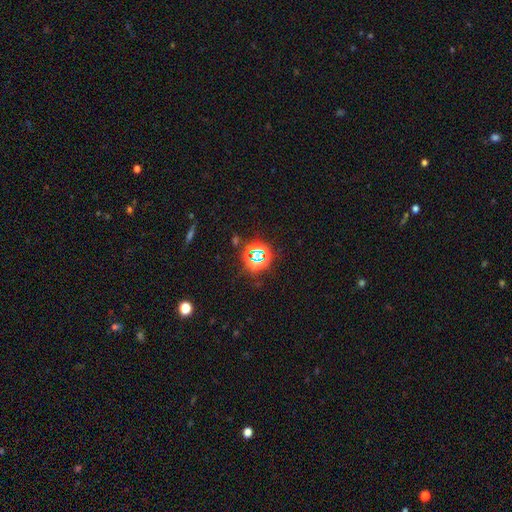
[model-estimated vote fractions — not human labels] Smooth or featured? star or artifact (74%)